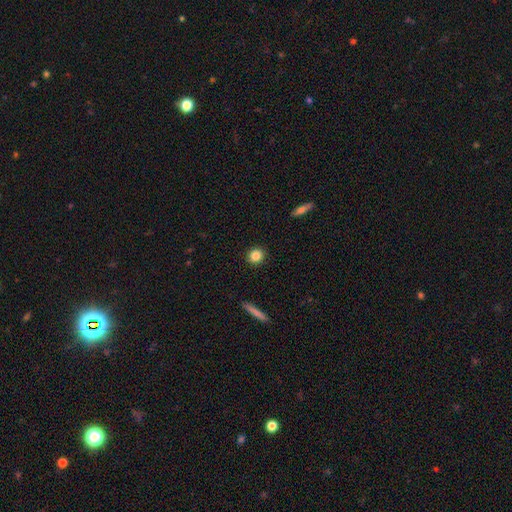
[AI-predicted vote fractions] smooth_or_featured: smooth (p=0.85) [alt: star or artifact p=0.09]
how_rounded: round (p=0.87) [alt: in between p=0.11]
merging: none (p=0.92) [alt: minor disturbance p=0.05]